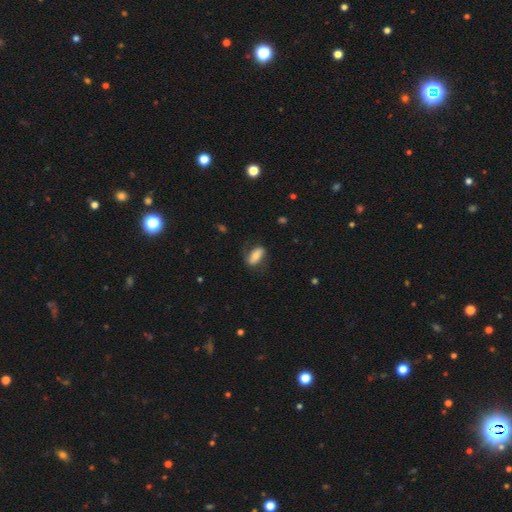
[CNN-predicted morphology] smooth 62%, featured or disk 30%, star or artifact 7%. Down the decision tree: how rounded — in between (84%); merging — none (63%).